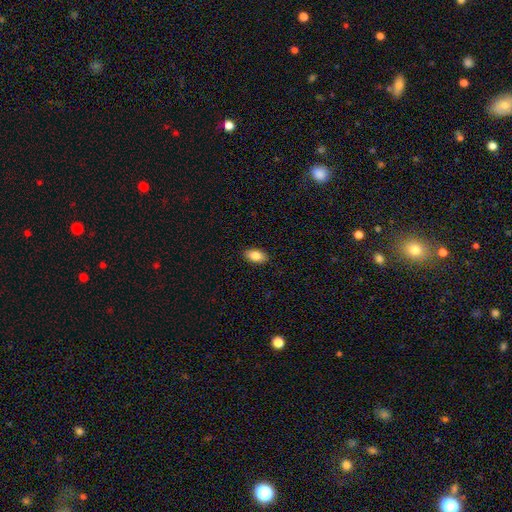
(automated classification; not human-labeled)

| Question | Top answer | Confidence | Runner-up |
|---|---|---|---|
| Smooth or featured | smooth | 85% | featured or disk (8%) |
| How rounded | in between | 92% | cigar-shaped (4%) |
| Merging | none | 89% | minor disturbance (8%) |